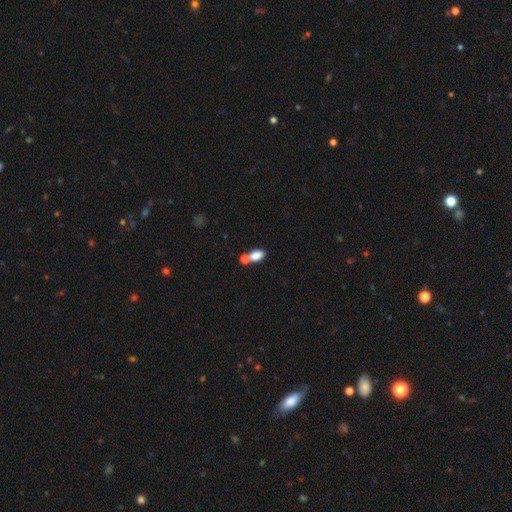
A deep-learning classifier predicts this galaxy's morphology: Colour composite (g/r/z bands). It shows a smooth galaxy with no disk features (83%) that is in between round and cigar-shaped (88%). Merging: none (43%).